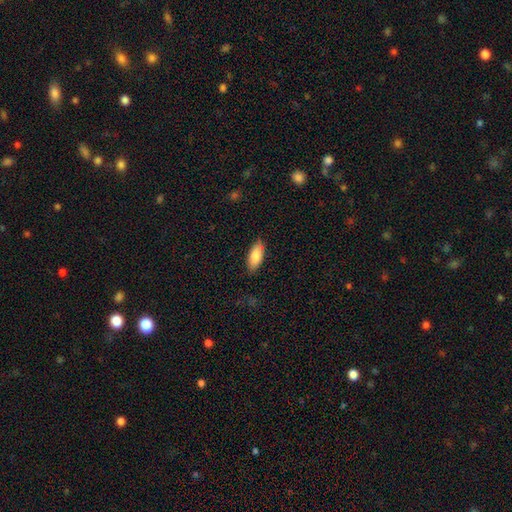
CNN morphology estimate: Smooth or featured: smooth — 84% (featured or disk — 10%)
How rounded: in between — 85% (cigar-shaped — 14%)
Merging: none — 82% (minor disturbance — 14%)